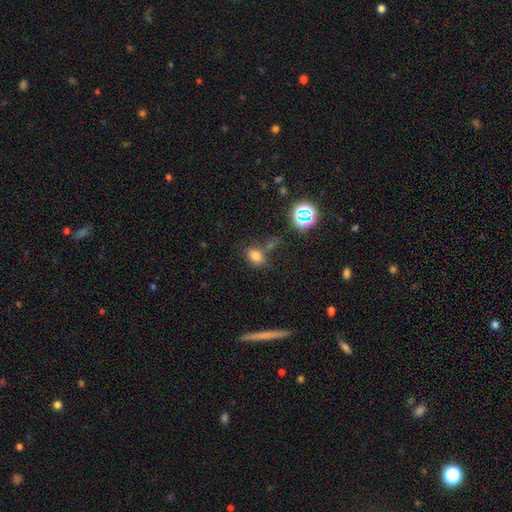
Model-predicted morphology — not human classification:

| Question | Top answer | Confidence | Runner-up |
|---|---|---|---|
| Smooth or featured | smooth | 74% | star or artifact (18%) |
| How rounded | in between | 68% | round (30%) |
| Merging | none | 58% | merger (19%) |